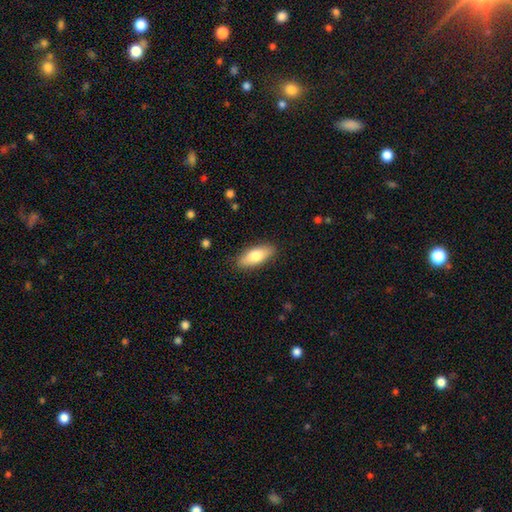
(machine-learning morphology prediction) A smooth galaxy with no disk features (75%) that is in between round and cigar-shaped (75%). Merging: none (87%).